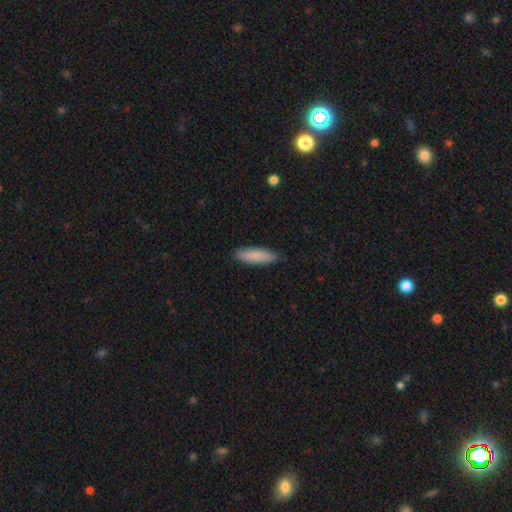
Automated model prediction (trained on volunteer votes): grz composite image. It shows a smooth galaxy with no disk features (86%) that is cigar-shaped (61%). Merging: none (88%).